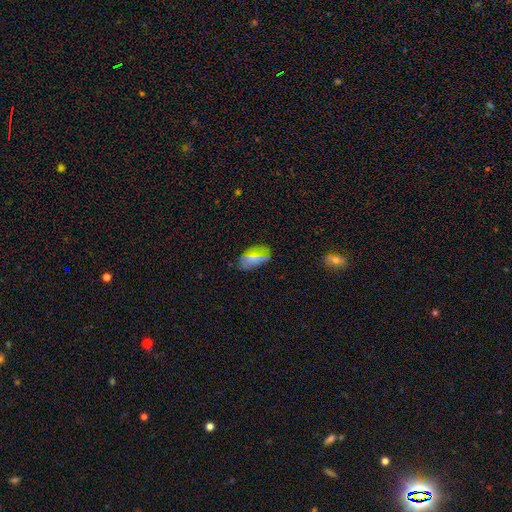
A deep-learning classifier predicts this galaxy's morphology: Overall: smooth (60%; star or artifact 22%). How rounded: in between (88%). Merging: none (77%).